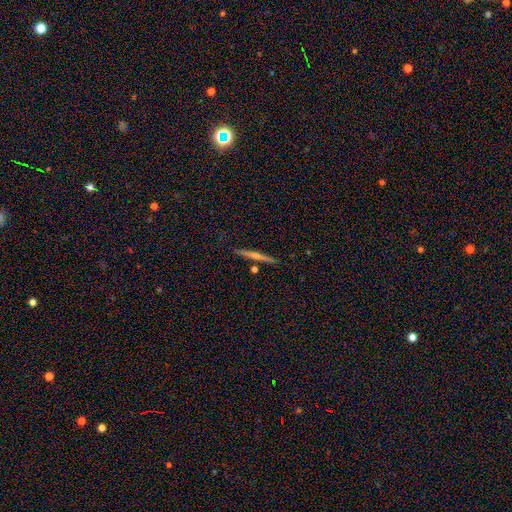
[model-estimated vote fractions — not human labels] Morphology: type=featured or disk (66%); edge-on=yes (98%); edge-on bulge=rounded (72%); merging=none (89%).